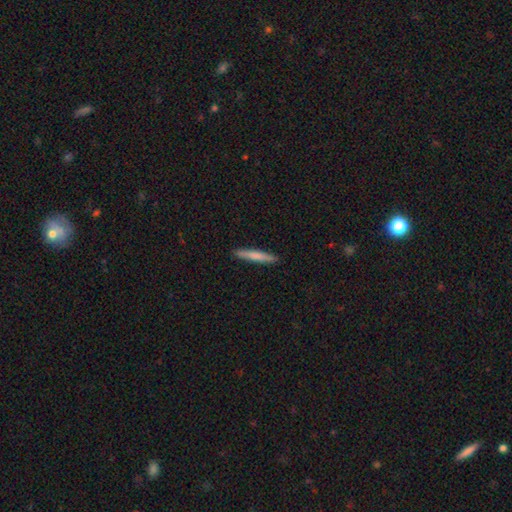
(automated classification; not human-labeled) Smooth or featured?
  - smooth: 72% *
  - featured or disk: 23%
  - star or artifact: 5%
How rounded?
  - cigar-shaped: 95% *
  - in between: 3%
  - round: 1%
Merging?
  - none: 92% *
  - minor disturbance: 6%
  - major disturbance: 1%
  - merger: 1%